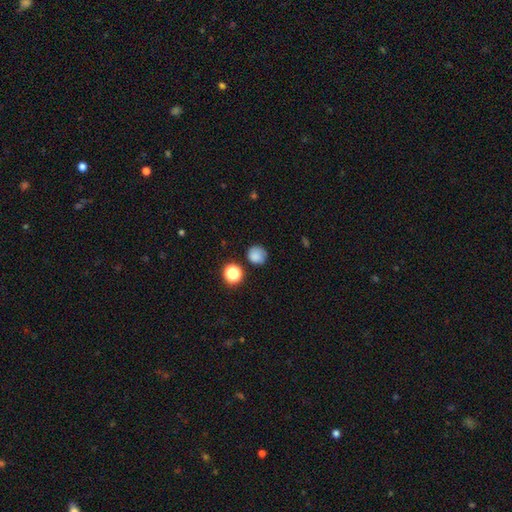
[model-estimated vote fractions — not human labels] A smooth galaxy with no disk features (80%) that is round (88%).

Vote fractions:
- Smooth or featured? smooth: 80% / star or artifact: 13% / featured or disk: 7%
- How rounded? round: 88% / in between: 11% / cigar-shaped: 1%
- Merging? none: 75% / minor disturbance: 16% / merger: 5% / major disturbance: 4%